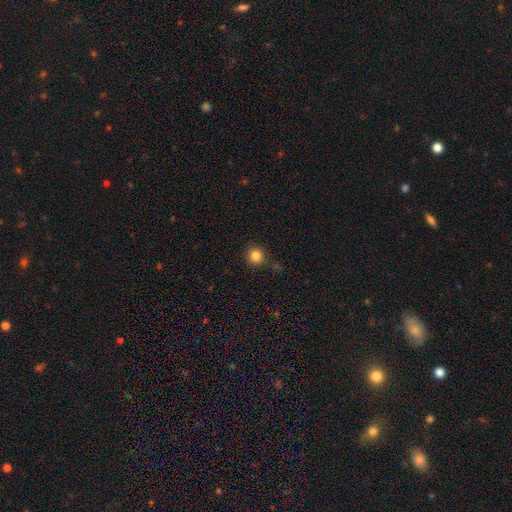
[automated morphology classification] Smooth or featured? smooth (83%)
How rounded? round (93%)
Merging? none (85%)